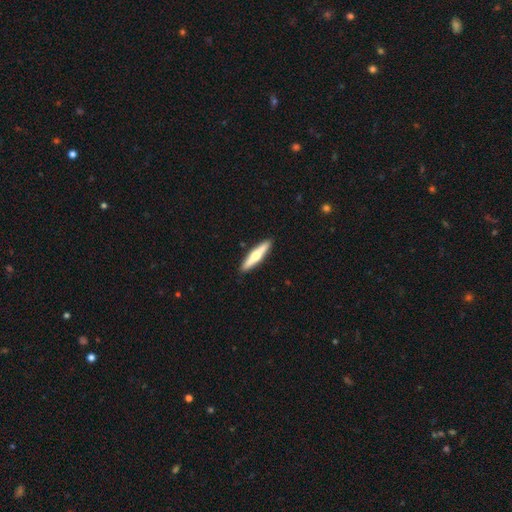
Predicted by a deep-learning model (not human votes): Overall: featured or disk (53%; smooth 42%). Edge-on disk: yes (95%). Edge-on bulge: rounded (93%). Merging: none (91%).